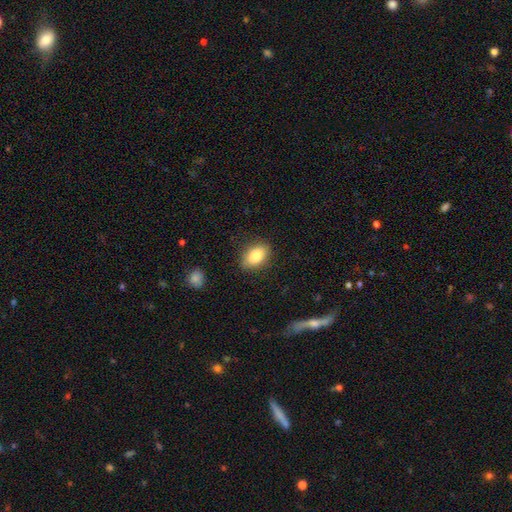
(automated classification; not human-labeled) smooth_or_featured: smooth (p=0.85) [alt: featured or disk p=0.08]
how_rounded: in between (p=0.85) [alt: round p=0.13]
merging: none (p=0.85) [alt: minor disturbance p=0.11]